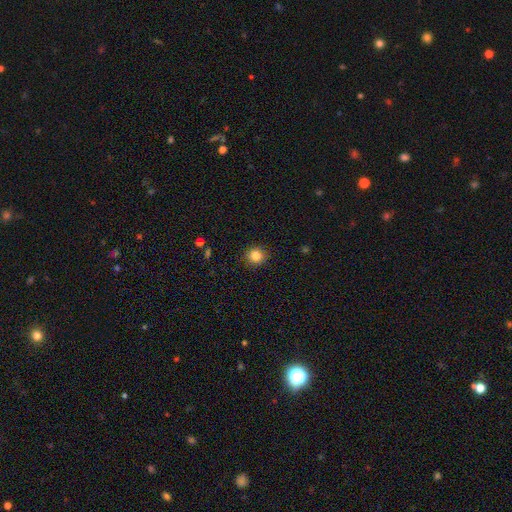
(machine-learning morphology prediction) A smooth galaxy with no disk features (84%) that is round (89%).

Vote fractions:
- Smooth or featured? smooth: 84% / star or artifact: 11% / featured or disk: 5%
- How rounded? round: 89% / in between: 10% / cigar-shaped: 1%
- Merging? none: 90% / minor disturbance: 7% / major disturbance: 2% / merger: 1%